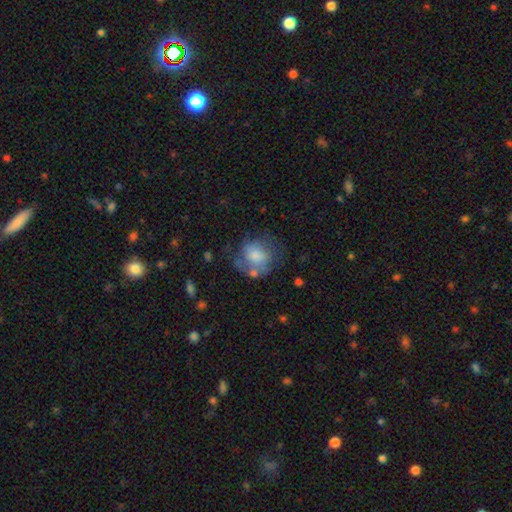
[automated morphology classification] Smooth or featured? Predicted: smooth (p=0.63). How rounded? Predicted: round (p=0.68). Merging? Predicted: none (p=0.42).